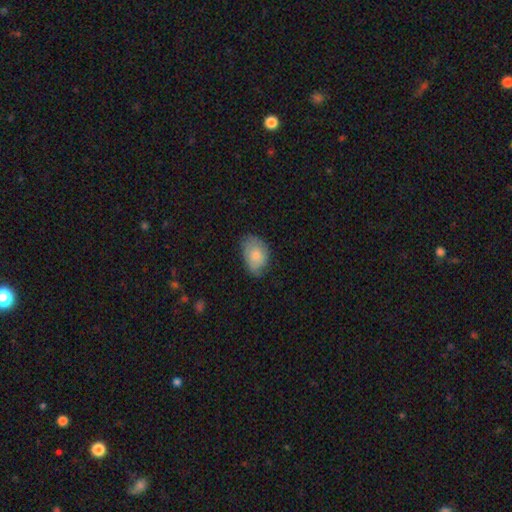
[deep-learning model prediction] Smooth or featured: smooth — 71% (featured or disk — 22%)
How rounded: in between — 84% (round — 15%)
Merging: none — 56% (minor disturbance — 34%)